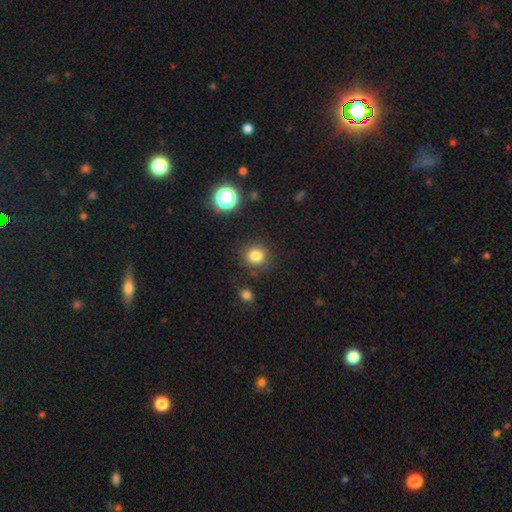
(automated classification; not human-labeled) Smooth or featured: smooth — 82% (star or artifact — 13%)
How rounded: round — 88% (in between — 11%)
Merging: none — 85% (minor disturbance — 9%)